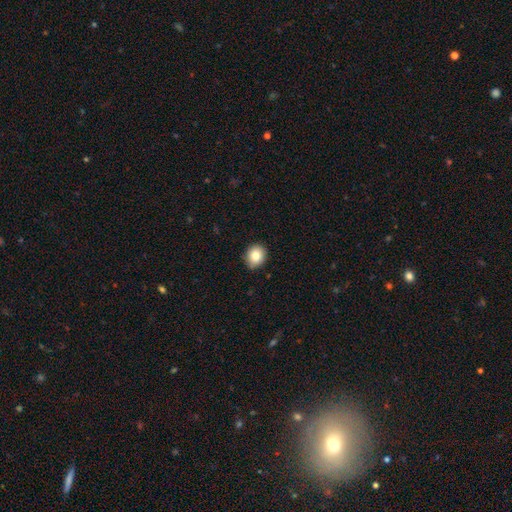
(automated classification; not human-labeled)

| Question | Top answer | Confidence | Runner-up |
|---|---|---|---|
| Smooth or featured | smooth | 83% | star or artifact (9%) |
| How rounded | round | 73% | in between (26%) |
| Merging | none | 87% | minor disturbance (10%) |